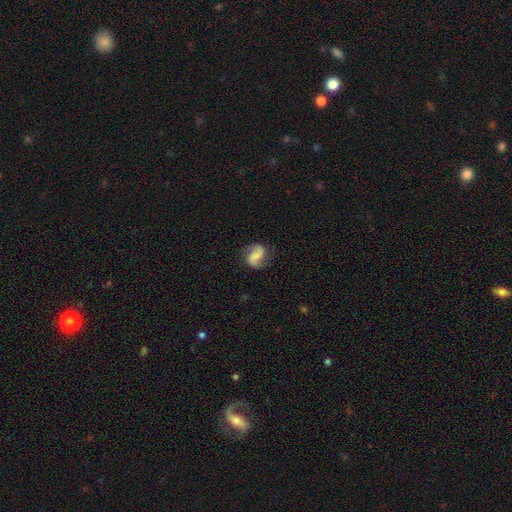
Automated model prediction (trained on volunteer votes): smooth-or-featured: featured or disk: 70% | smooth: 22% | star or artifact: 8%
  disk-edge-on: no: 98% | yes: 2%
    bar: no: 42% | weak: 39% | strong: 19%
    has-spiral-arms: yes: 95% | no: 5%
      spiral-winding: loose: 48% | medium: 39% | tight: 13%
      spiral-arm-count: 2: 91% | 1: 3% | can't tell: 3% | 3: 1% | 4: 1% | more than 4: 1%
    bulge-size: none: 42% | small: 27% | moderate: 19% | large: 9% | dominant: 3%
  merging: none: 75% | minor disturbance: 16% | major disturbance: 7% | merger: 1%